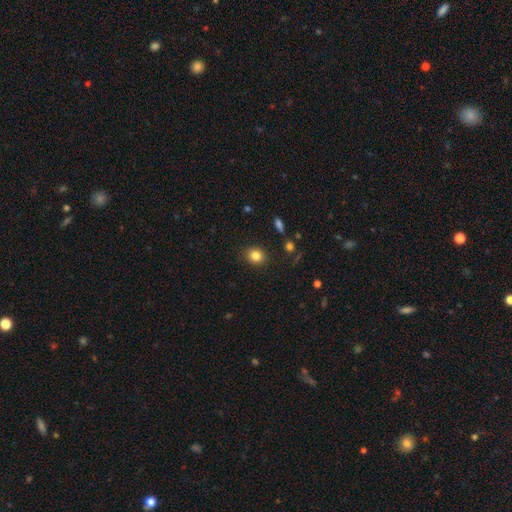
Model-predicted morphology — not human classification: A smooth galaxy with no disk features (84%) that is round (65%).

Vote fractions:
- Smooth or featured? smooth: 84% / star or artifact: 10% / featured or disk: 6%
- How rounded? round: 65% / in between: 34% / cigar-shaped: 1%
- Merging? none: 88% / minor disturbance: 8% / major disturbance: 2% / merger: 2%